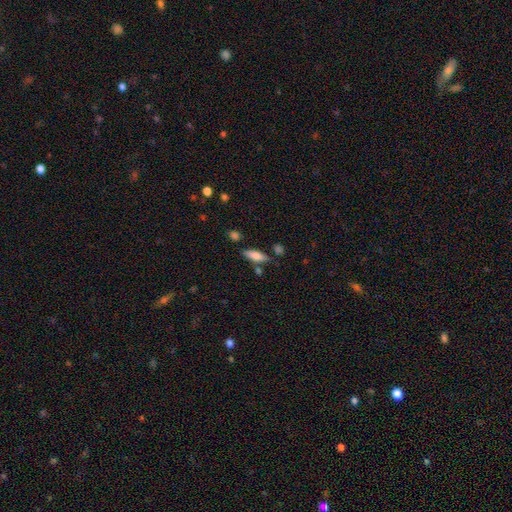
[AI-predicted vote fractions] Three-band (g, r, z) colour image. It shows a smooth galaxy with no disk features (72%) that is in between round and cigar-shaped (56%). Merging: none (74%).